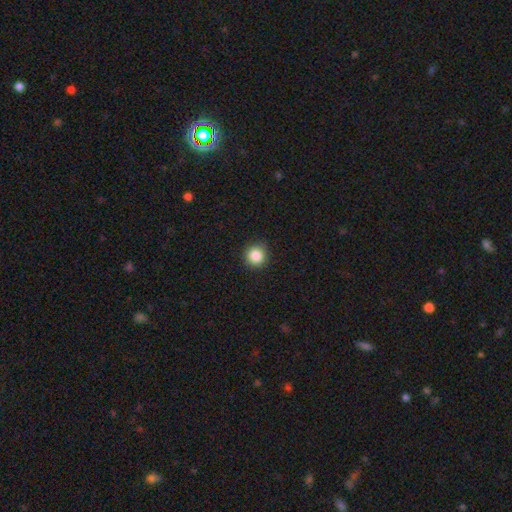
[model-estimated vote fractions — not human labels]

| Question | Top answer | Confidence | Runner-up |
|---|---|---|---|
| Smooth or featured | smooth | 86% | star or artifact (10%) |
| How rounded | round | 94% | in between (5%) |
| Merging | none | 90% | minor disturbance (7%) |